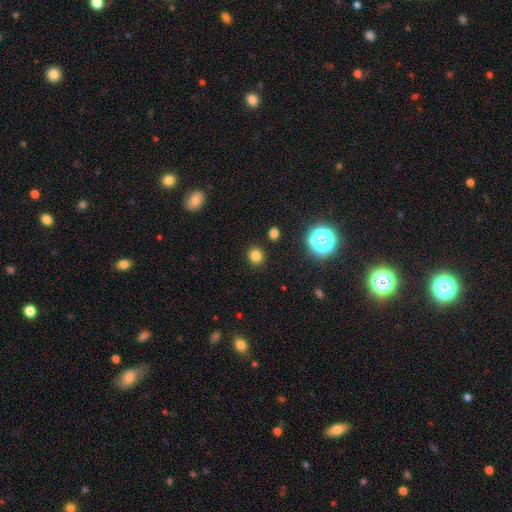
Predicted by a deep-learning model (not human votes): smooth-or-featured: smooth: 80% | star or artifact: 16% | featured or disk: 4%
  how-rounded: round: 82% | in between: 17% | cigar-shaped: 1%
  merging: none: 89% | minor disturbance: 6% | major disturbance: 2% | merger: 2%